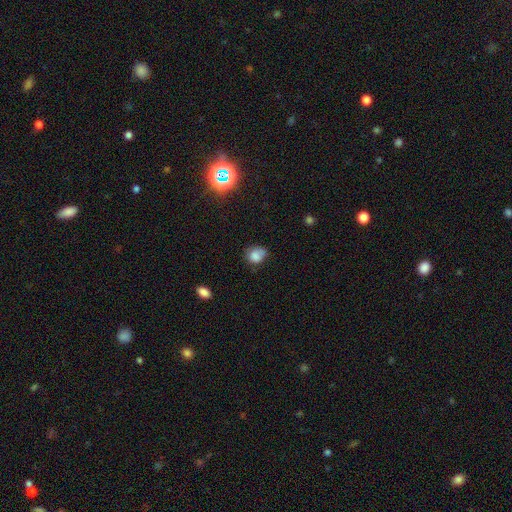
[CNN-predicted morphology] Overall: smooth (79%). How rounded: round (62%; in between 37%). Merging: none (49%; minor disturbance 34%).